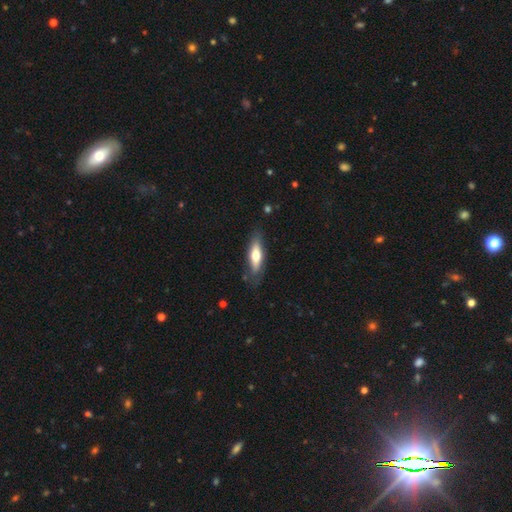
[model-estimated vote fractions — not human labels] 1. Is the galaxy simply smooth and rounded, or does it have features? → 57% smooth, 37% featured or disk, 6% star or artifact.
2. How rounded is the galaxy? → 55% cigar-shaped, 43% in between, 2% round.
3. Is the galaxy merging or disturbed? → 78% none, 16% minor disturbance, 4% major disturbance, 2% merger.